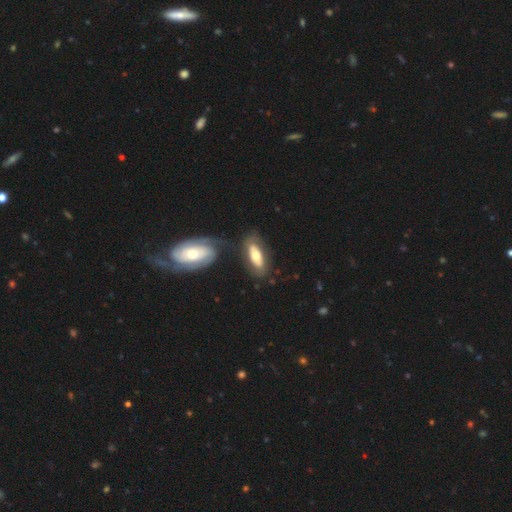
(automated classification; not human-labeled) Smooth or featured? smooth (48%)
Merging? none (59%)